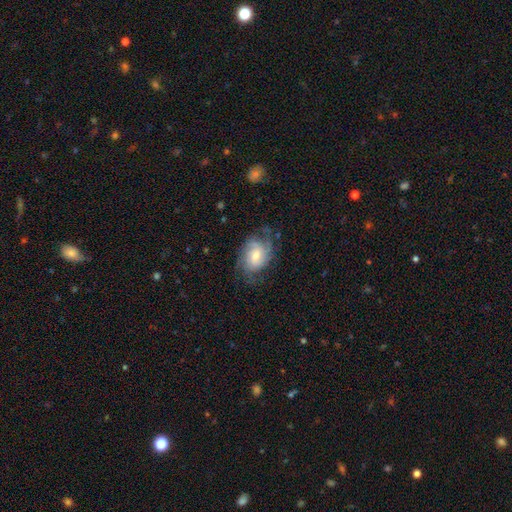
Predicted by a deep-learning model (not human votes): Smooth or featured?
  - featured or disk: 68% *
  - smooth: 25%
  - star or artifact: 7%
Edge-on disk?
  - no: 96% *
  - yes: 4%
Bar?
  - no: 57% *
  - weak: 37%
  - strong: 6%
Spiral arms?
  - yes: 90% *
  - no: 10%
Spiral winding?
  - tight: 46% *
  - medium: 38%
  - loose: 15%
Spiral arm count?
  - can't tell: 39% *
  - 2: 23%
  - 3: 19%
  - 4: 10%
  - 1: 5%
  - more than 4: 4%
Bulge size?
  - moderate: 52% *
  - small: 37%
  - large: 7%
  - none: 2%
  - dominant: 1%
Merging?
  - none: 61% *
  - minor disturbance: 24%
  - major disturbance: 14%
  - merger: 1%